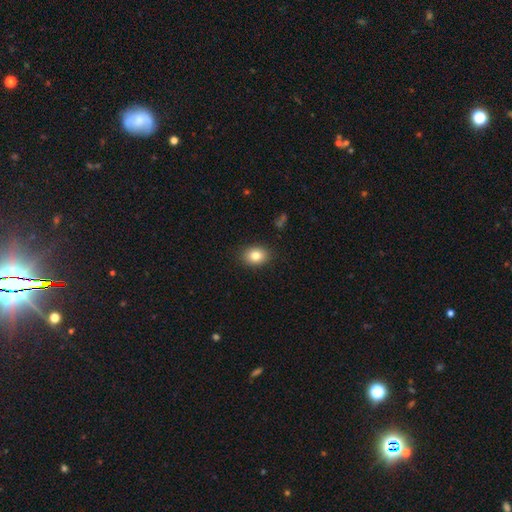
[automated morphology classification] Smooth or featured?
  - smooth: 83% *
  - star or artifact: 9%
  - featured or disk: 8%
How rounded?
  - in between: 61% *
  - round: 38%
  - cigar-shaped: 1%
Merging?
  - none: 89% *
  - minor disturbance: 8%
  - major disturbance: 2%
  - merger: 1%